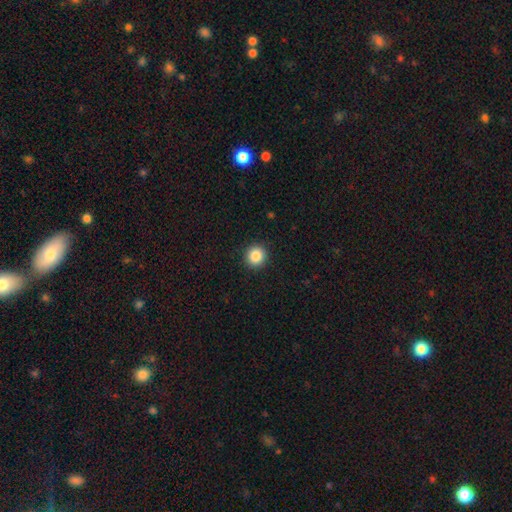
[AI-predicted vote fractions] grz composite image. It shows a smooth galaxy with no disk features (86%) that is round (93%). Merging: none (93%).